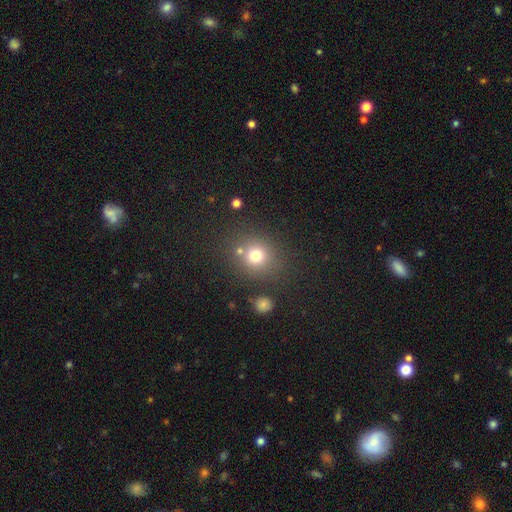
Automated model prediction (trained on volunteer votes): The model was most divided on "smooth or featured": smooth: 75%, star or artifact: 17%, featured or disk: 9%. More confident: how rounded — round (83%); merging — none (75%).